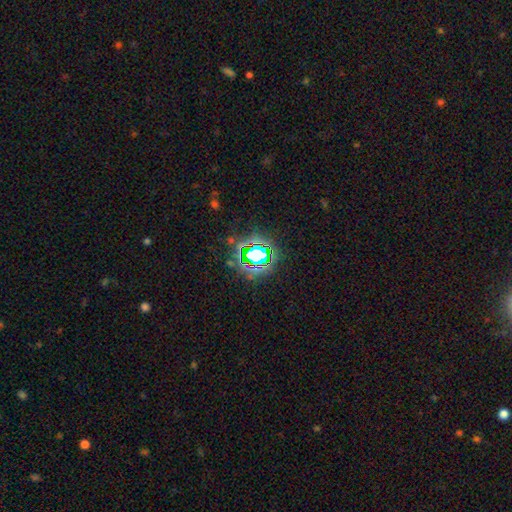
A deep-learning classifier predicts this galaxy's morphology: Smooth or featured? star or artifact (68%)